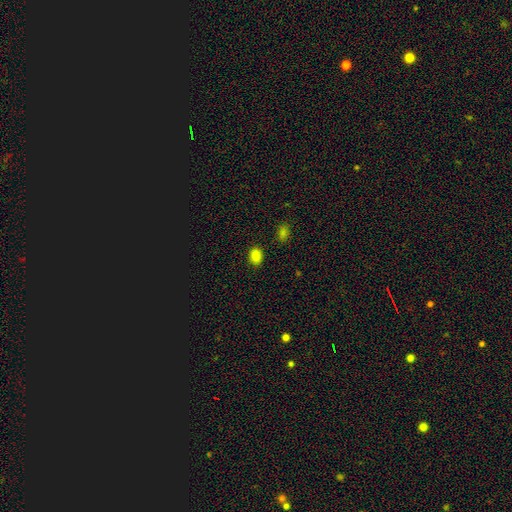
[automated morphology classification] Q: Smooth or featured?
A: smooth (85%); runner-up: star or artifact (11%)
Q: How rounded?
A: in between (65%); runner-up: round (34%)
Q: Merging?
A: none (89%); runner-up: minor disturbance (8%)